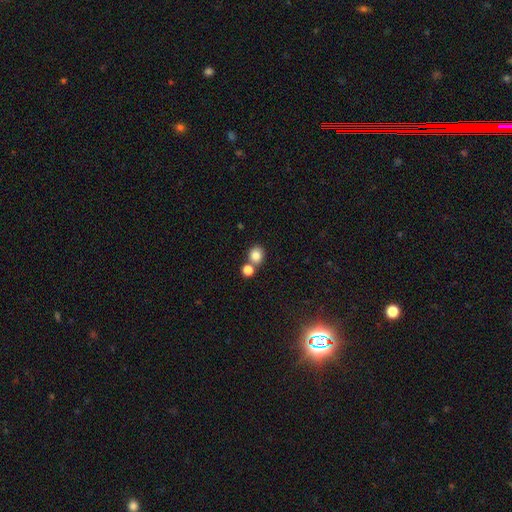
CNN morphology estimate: Overall: smooth (83%). How rounded: round (77%). Merging: none (61%; merger 29%).